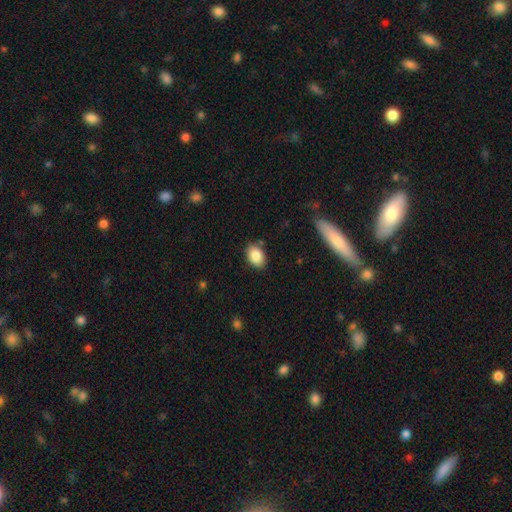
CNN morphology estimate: This is clearly a smooth galaxy (86%). How rounded: clearly in between (84%). Merging: clearly none (82%).